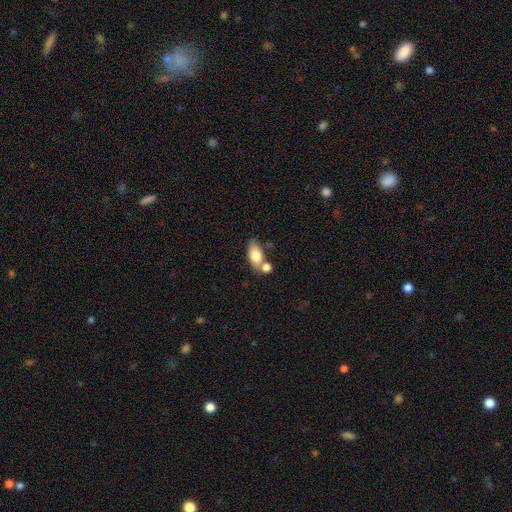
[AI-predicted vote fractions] Smooth or featured?
  - smooth: 77% *
  - featured or disk: 16%
  - star or artifact: 7%
How rounded?
  - in between: 86% *
  - cigar-shaped: 7%
  - round: 7%
Merging?
  - none: 47% *
  - merger: 33%
  - minor disturbance: 14%
  - major disturbance: 5%